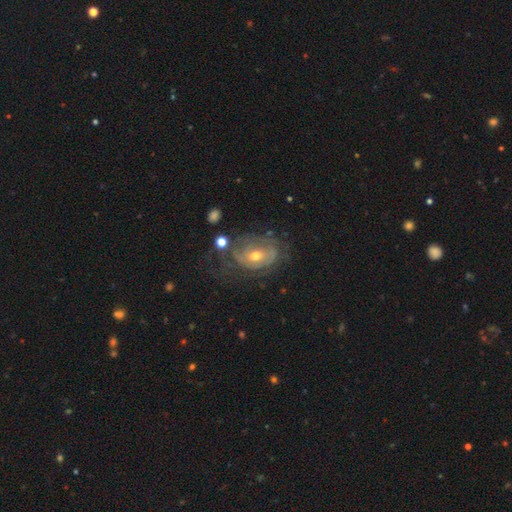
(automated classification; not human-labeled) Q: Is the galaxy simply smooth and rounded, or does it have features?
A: featured or disk — 70%.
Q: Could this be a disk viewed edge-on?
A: no — 95%.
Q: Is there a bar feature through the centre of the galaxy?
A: no — 55%.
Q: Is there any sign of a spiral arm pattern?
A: yes — 67%.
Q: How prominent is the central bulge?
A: moderate — 61%.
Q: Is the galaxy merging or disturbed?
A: none — 49%.